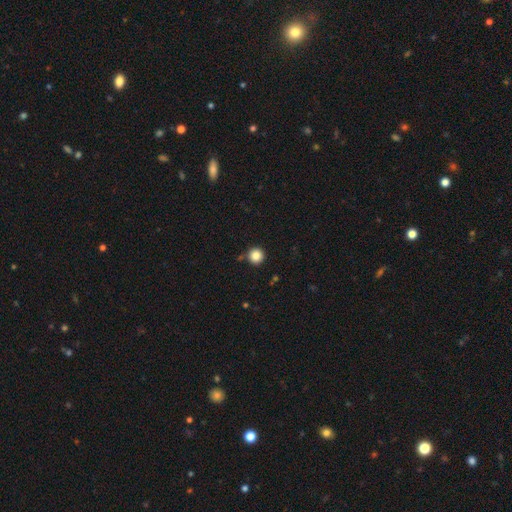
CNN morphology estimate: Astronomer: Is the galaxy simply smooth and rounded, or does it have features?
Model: smooth — 85%.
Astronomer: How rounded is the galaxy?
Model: round — 96%.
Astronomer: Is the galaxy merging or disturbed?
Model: none — 87%.